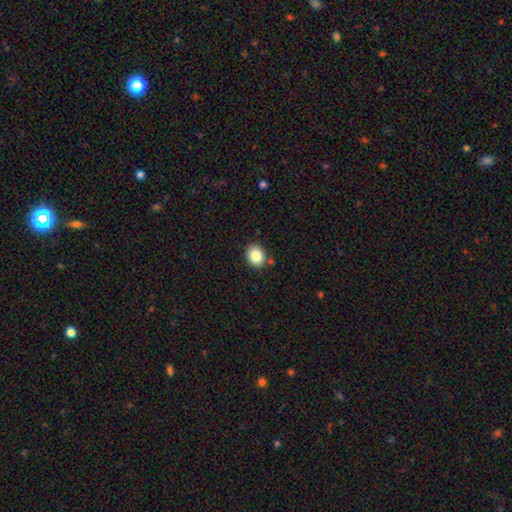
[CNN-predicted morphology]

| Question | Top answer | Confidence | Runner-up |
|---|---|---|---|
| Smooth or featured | smooth | 85% | star or artifact (9%) |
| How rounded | round | 57% | in between (42%) |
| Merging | none | 86% | minor disturbance (9%) |